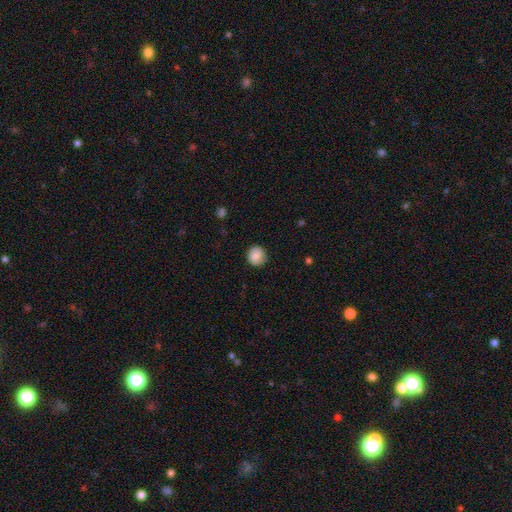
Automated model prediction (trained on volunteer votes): Morphology: type=smooth (78%); roundness=round (89%); merging=none (84%).